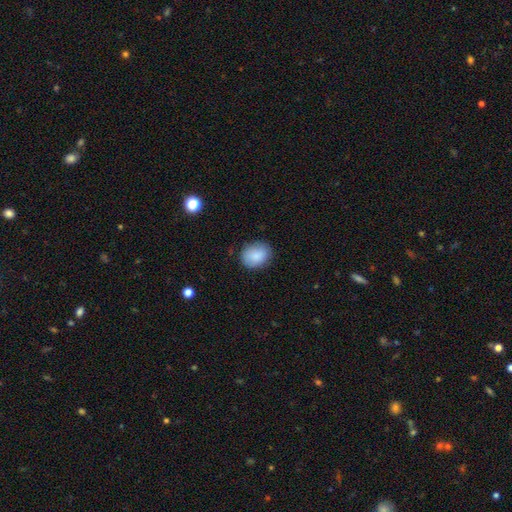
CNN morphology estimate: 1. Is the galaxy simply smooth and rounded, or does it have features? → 86% smooth, 7% featured or disk, 7% star or artifact.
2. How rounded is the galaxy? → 50% in between, 49% round, 1% cigar-shaped.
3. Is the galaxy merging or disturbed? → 81% none, 14% minor disturbance, 3% major disturbance, 1% merger.